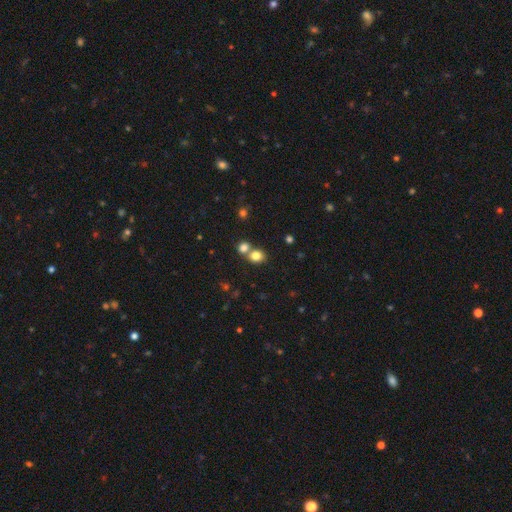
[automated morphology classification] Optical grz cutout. It shows a smooth galaxy with no disk features (81%) that is round (66%). Merging: none (49%).